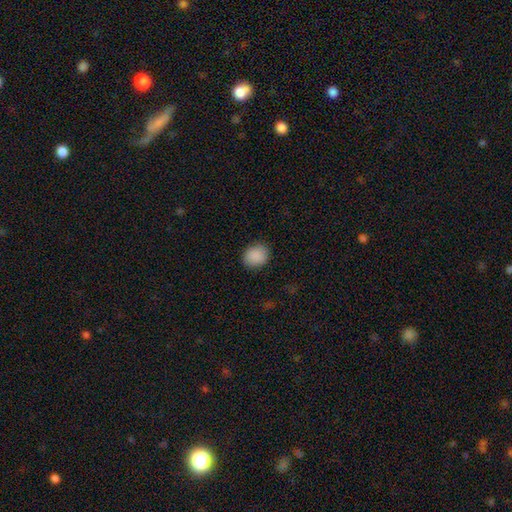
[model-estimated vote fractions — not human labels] Smooth or featured: smooth — 89% (star or artifact — 7%)
How rounded: round — 57% (in between — 42%)
Merging: none — 87% (minor disturbance — 10%)